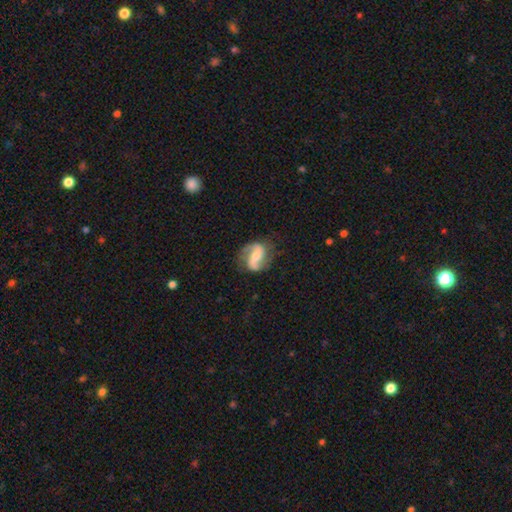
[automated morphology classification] Overall: featured or disk (82%). Edge-on disk: no (97%). Bar: weak (40%; strong 30%). Spiral arms: yes (95%). Spiral arm count: 2 (90%). Spiral winding: loose (46%; medium 41%). Bulge size: moderate (47%; small 41%). Merging: none (73%).